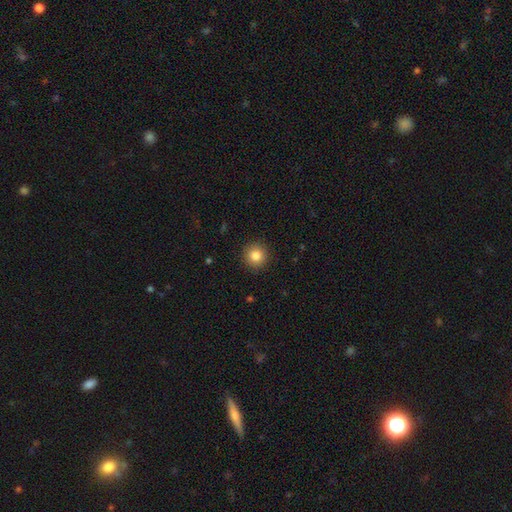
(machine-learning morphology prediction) Smooth or featured? Predicted: smooth (p=0.84). How rounded? Predicted: round (p=0.94). Merging? Predicted: none (p=0.92).